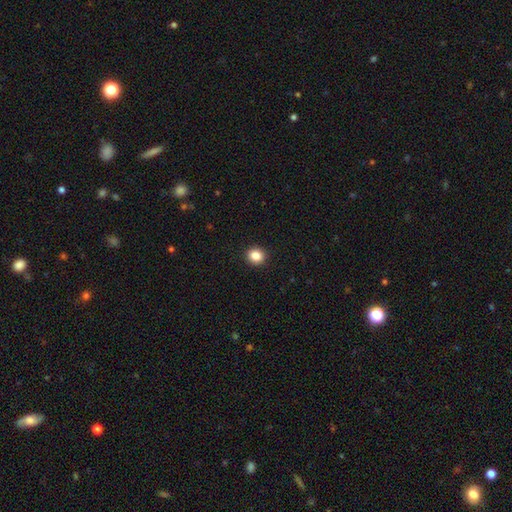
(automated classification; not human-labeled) Smooth or featured? Predicted: smooth (p=0.86). How rounded? Predicted: round (p=0.81). Merging? Predicted: none (p=0.93).